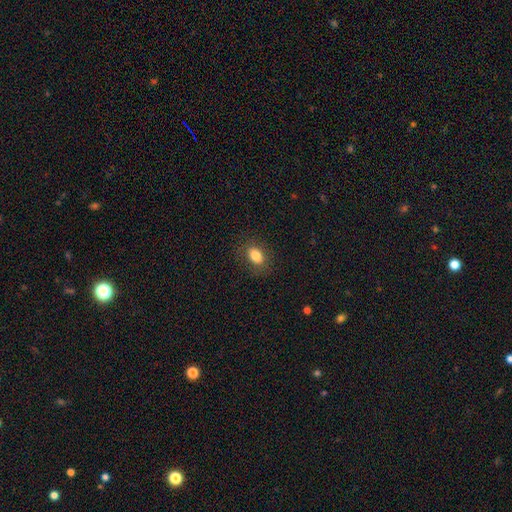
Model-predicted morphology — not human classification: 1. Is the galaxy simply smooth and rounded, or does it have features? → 82% smooth, 10% star or artifact, 8% featured or disk.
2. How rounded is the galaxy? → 75% in between, 23% round, 2% cigar-shaped.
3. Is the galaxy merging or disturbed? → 84% none, 11% minor disturbance, 4% major disturbance, 1% merger.